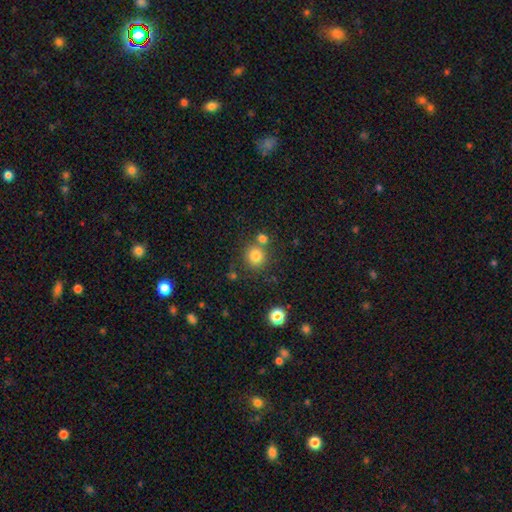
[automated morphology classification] type=smooth (81%); roundness=round (89%); merging=none (71%).